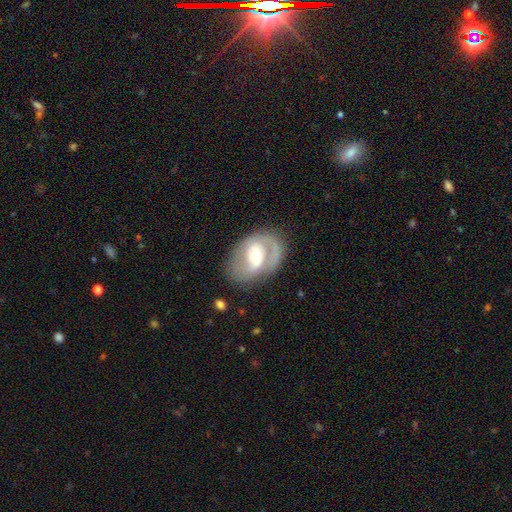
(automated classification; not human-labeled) A featured or disk galaxy (75%) with a weak bar (42%), 2 (68%) medium (45%) spiral arms (77%) and a moderate central bulge (63%).

Vote fractions:
- Smooth or featured? featured or disk: 75% / smooth: 19% / star or artifact: 6%
- Edge-on disk? no: 95% / yes: 5%
- Bar? weak: 42% / no: 32% / strong: 26%
- Spiral arms? yes: 77% / no: 23%
- Spiral winding? medium: 45% / tight: 34% / loose: 21%
- Spiral arm count? 2: 68% / 1: 16% / can't tell: 12% / 3: 2% / 4: 1% / more than 4: 1%
- Bulge size? moderate: 63% / small: 27% / large: 8% / dominant: 1% / none: 1%
- Merging? none: 71% / minor disturbance: 17% / major disturbance: 10% / merger: 2%